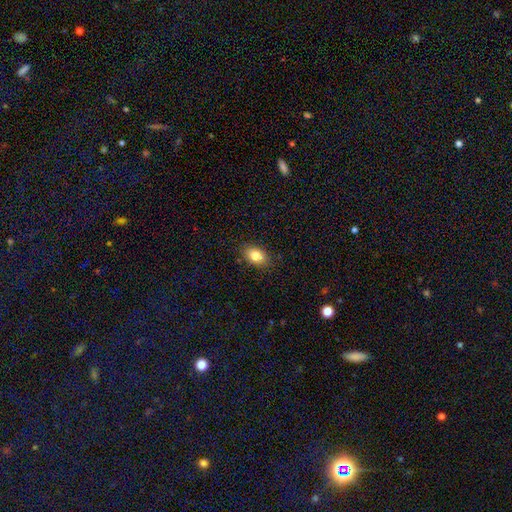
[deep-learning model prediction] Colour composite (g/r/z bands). It shows a smooth galaxy with no disk features (83%) that is in between round and cigar-shaped (83%). Merging: none (86%).